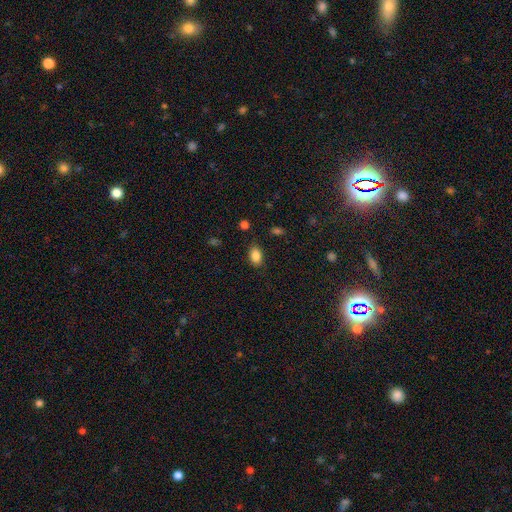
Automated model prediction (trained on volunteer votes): smooth_or_featured: smooth (p=0.86) [alt: star or artifact p=0.09]
how_rounded: in between (p=0.83) [alt: round p=0.15]
merging: none (p=0.82) [alt: minor disturbance p=0.13]